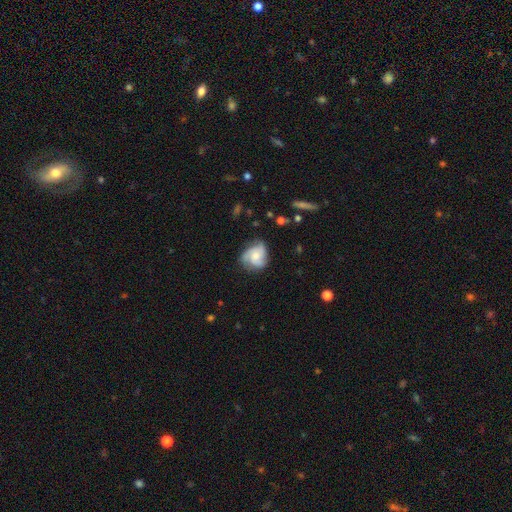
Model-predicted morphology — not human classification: Smooth or featured?
  - featured or disk: 66% *
  - smooth: 27%
  - star or artifact: 7%
Edge-on disk?
  - no: 98% *
  - yes: 2%
Bar?
  - no: 74% *
  - weak: 22%
  - strong: 3%
Spiral arms?
  - yes: 93% *
  - no: 7%
Spiral winding?
  - medium: 46% *
  - tight: 35%
  - loose: 19%
Spiral arm count?
  - 3: 64% *
  - 4: 13%
  - can't tell: 9%
  - 2: 9%
  - 1: 3%
  - more than 4: 3%
Bulge size?
  - moderate: 51% *
  - small: 34%
  - large: 8%
  - none: 6%
  - dominant: 2%
Merging?
  - none: 67% *
  - minor disturbance: 22%
  - major disturbance: 9%
  - merger: 2%